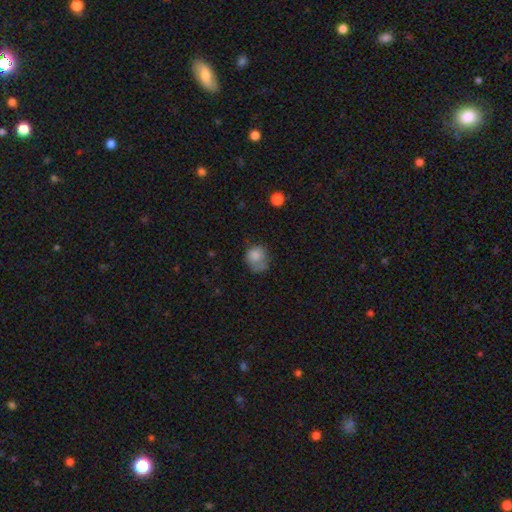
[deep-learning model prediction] smooth 79%, featured or disk 11%, star or artifact 10%. Down the decision tree: how rounded — round (68%); merging — none (39%).